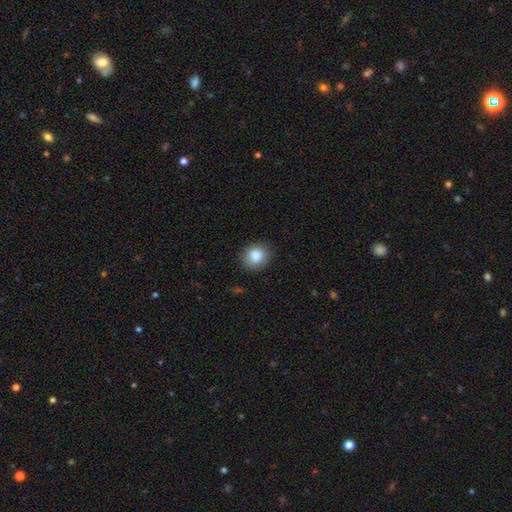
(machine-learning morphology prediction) smooth-or-featured: smooth: 86% | star or artifact: 9% | featured or disk: 5%
  how-rounded: round: 79% | in between: 20% | cigar-shaped: 1%
  merging: none: 85% | minor disturbance: 11% | major disturbance: 3% | merger: 1%